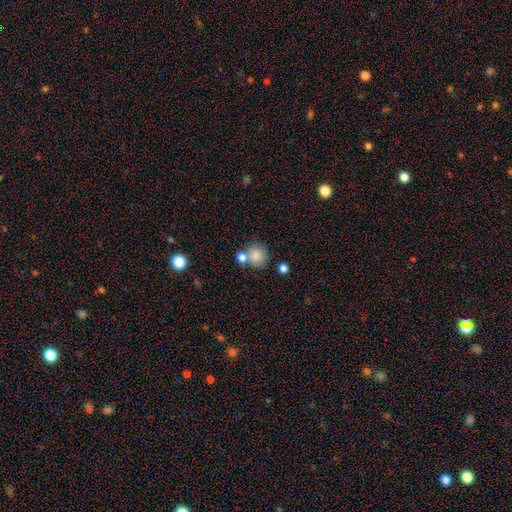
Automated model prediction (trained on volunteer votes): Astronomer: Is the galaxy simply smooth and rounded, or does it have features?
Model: smooth — 83%.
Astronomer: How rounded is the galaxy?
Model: round — 85%.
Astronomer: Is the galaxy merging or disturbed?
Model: none — 60%.